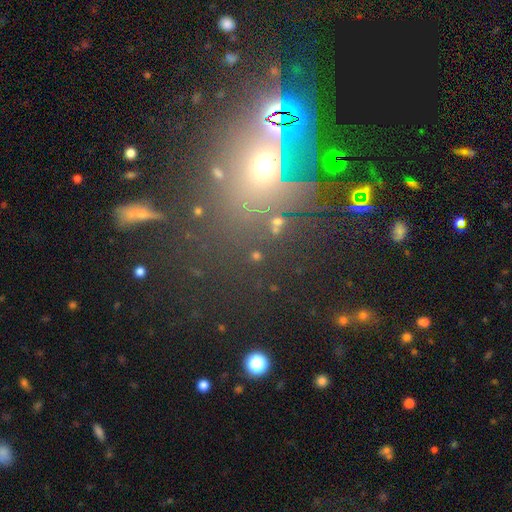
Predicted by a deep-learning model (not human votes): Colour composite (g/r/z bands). It shows a star or artifact, not a galaxy (47%).